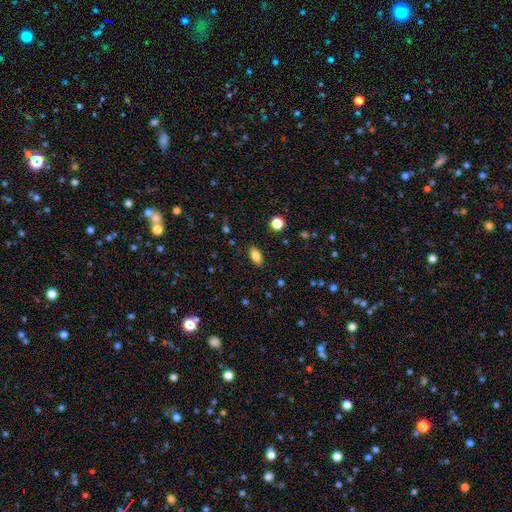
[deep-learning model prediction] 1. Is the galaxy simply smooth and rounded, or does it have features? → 84% smooth, 10% star or artifact, 7% featured or disk.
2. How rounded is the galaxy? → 90% in between, 6% round, 4% cigar-shaped.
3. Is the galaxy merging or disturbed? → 87% none, 9% minor disturbance, 2% major disturbance, 1% merger.